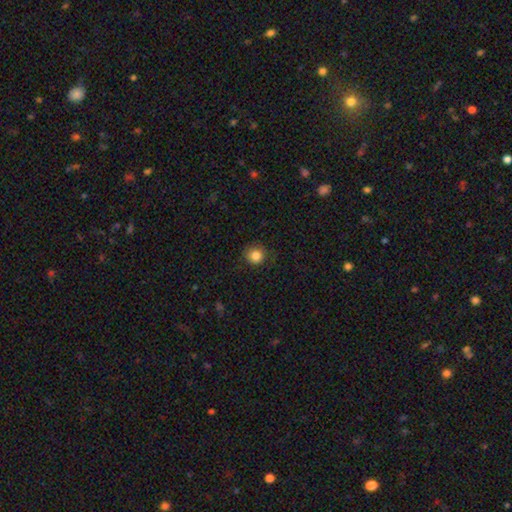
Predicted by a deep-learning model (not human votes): Q: Smooth or featured?
A: smooth (84%); runner-up: star or artifact (11%)
Q: How rounded?
A: round (92%); runner-up: in between (7%)
Q: Merging?
A: none (84%); runner-up: minor disturbance (12%)